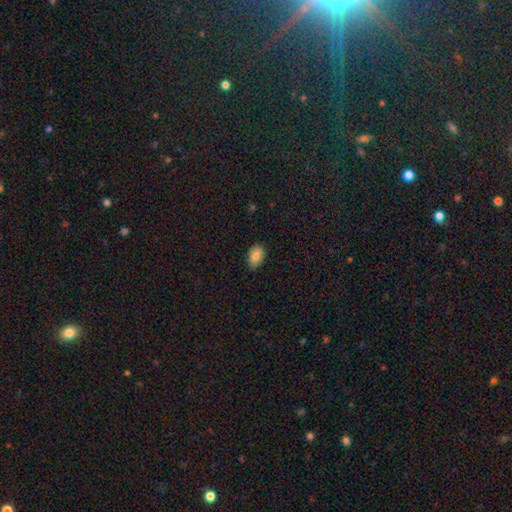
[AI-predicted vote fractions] Morphology: type=smooth (83%); roundness=in between (89%); merging=none (85%).